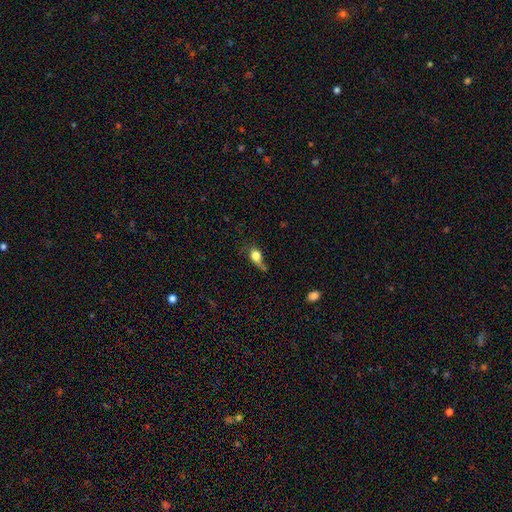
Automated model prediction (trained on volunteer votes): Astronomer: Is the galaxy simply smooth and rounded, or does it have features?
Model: smooth — 70%.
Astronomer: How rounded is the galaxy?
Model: in between — 53% (runner-up: round, 40%).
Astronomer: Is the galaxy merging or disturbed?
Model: major disturbance — 34% (runner-up: none, 30%).